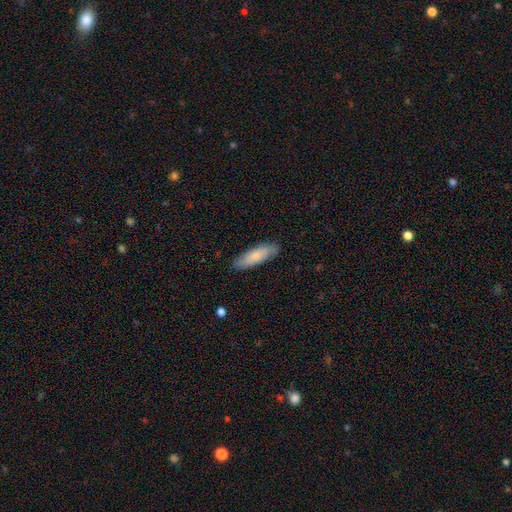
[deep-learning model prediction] smooth 70%, featured or disk 24%, star or artifact 6%. Down the decision tree: how rounded — cigar-shaped (55%); merging — none (84%).